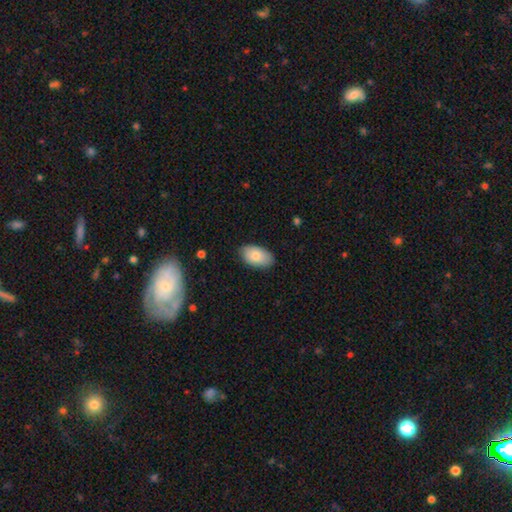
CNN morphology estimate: Smooth or featured: smooth — 82% (featured or disk — 11%)
How rounded: in between — 95% (round — 4%)
Merging: none — 83% (minor disturbance — 14%)